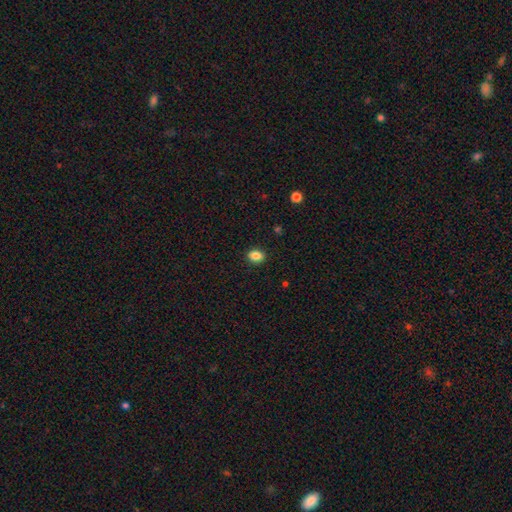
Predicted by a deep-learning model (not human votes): The model was most divided on "how rounded": in between: 69%, round: 29%, cigar-shaped: 1%. More confident: merging — none (90%); smooth or featured — smooth (86%).